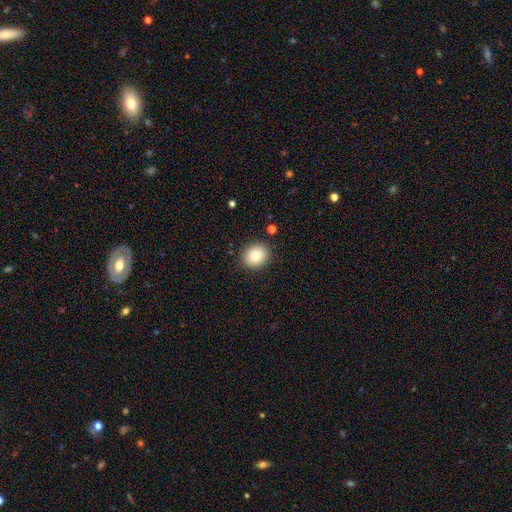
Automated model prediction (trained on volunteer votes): Smooth or featured? smooth (84%)
How rounded? round (64%)
Merging? none (88%)